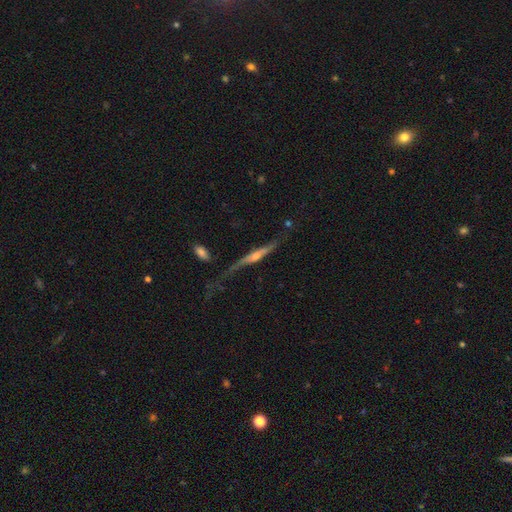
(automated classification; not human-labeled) smooth_or_featured: featured or disk (p=0.76) [alt: smooth p=0.17]
disk_edge_on: yes (p=0.87) [alt: no p=0.13]
edge_on_bulge: rounded (p=0.75) [alt: none p=0.14]
merging: none (p=0.50) [alt: minor disturbance p=0.24]